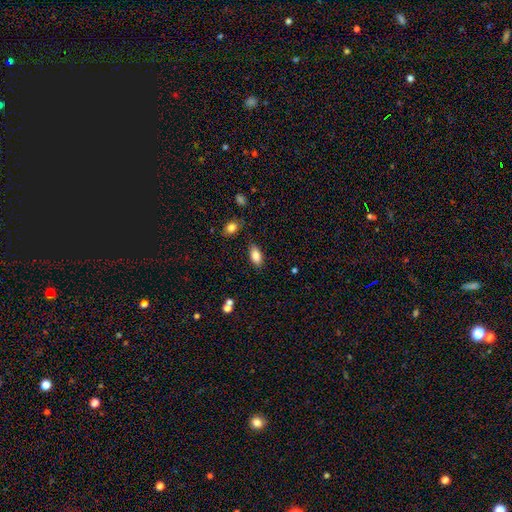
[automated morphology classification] smooth 85%, star or artifact 8%, featured or disk 7%. Down the decision tree: how rounded — in between (91%); merging — none (83%).